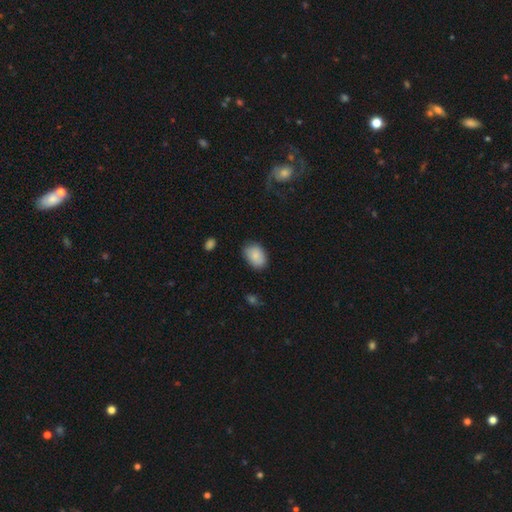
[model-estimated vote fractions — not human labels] Morphology: type=smooth (86%); roundness=in between (83%); merging=none (78%).